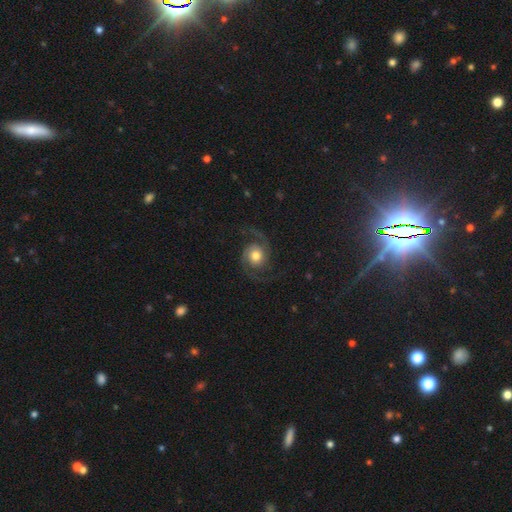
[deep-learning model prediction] This is clearly a featured or disk galaxy (86%). It is clearly not viewed edge-on (98%). Bar: likely no (75%). Spiral arm pattern: clearly yes (98%). Spiral arm count: clearly 2 (94%). Spiral winding: possibly medium (50%). Central bulge: likely moderate (63%). Merging: likely none (77%).